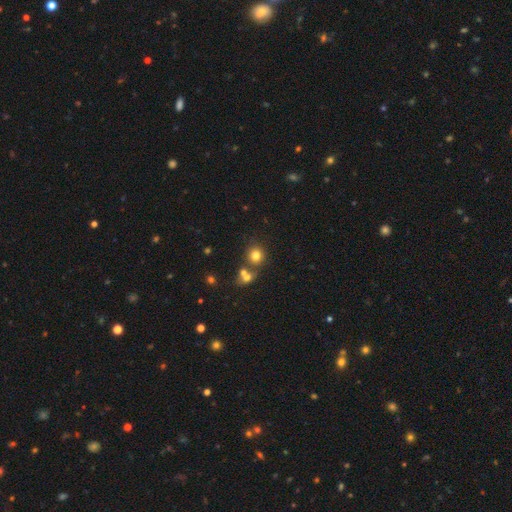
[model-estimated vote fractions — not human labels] Smooth or featured? smooth (76%)
How rounded? round (86%)
Merging? none (65%)